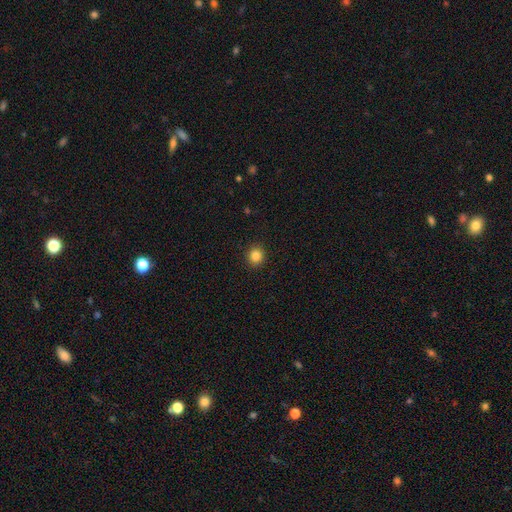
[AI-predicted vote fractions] Smooth or featured? smooth (85%)
How rounded? round (86%)
Merging? none (92%)